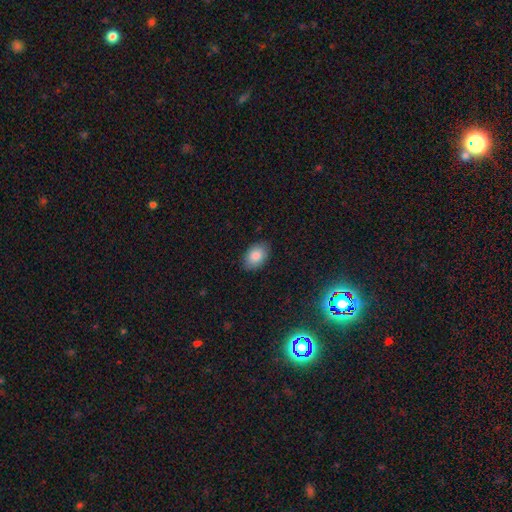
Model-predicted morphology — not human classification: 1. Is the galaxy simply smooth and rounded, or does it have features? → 85% smooth, 8% star or artifact, 7% featured or disk.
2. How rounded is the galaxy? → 88% in between, 11% round, 1% cigar-shaped.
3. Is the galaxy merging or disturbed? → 86% none, 11% minor disturbance, 2% major disturbance, 1% merger.